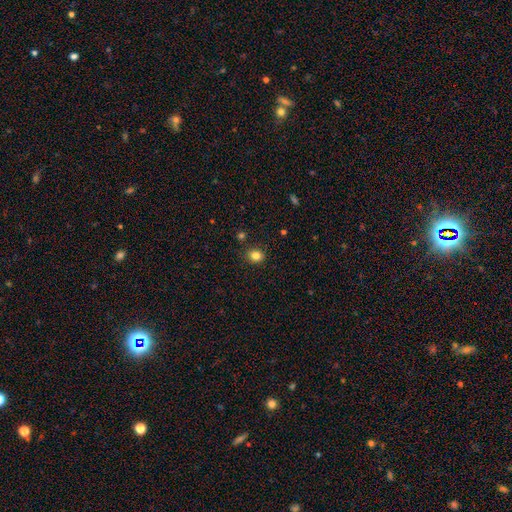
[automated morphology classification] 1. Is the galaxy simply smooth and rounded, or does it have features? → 82% smooth, 12% star or artifact, 5% featured or disk.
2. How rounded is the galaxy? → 67% round, 32% in between, 1% cigar-shaped.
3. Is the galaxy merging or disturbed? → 87% none, 9% minor disturbance, 2% major disturbance, 2% merger.